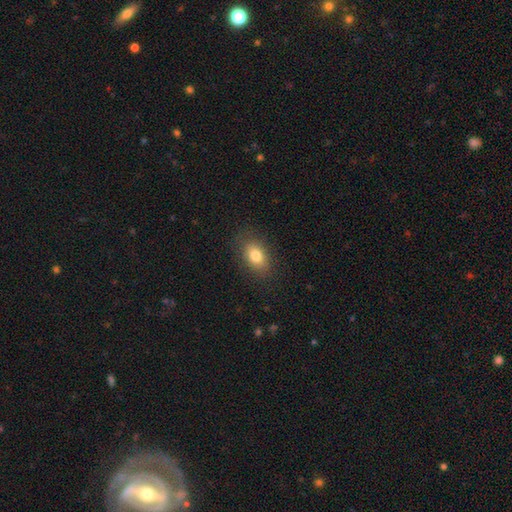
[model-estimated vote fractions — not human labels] This is clearly a smooth galaxy (81%). How rounded: clearly in between (84%). Merging: clearly none (84%).